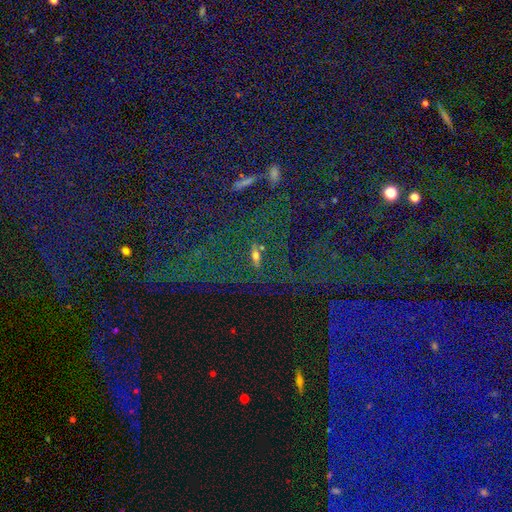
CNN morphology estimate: type=star or artifact (37%).